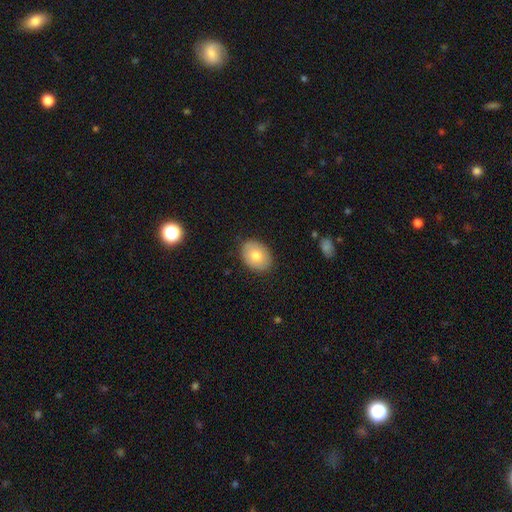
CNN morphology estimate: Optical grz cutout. It shows a smooth galaxy with no disk features (76%) that is in between round and cigar-shaped (69%). Merging: none (87%).